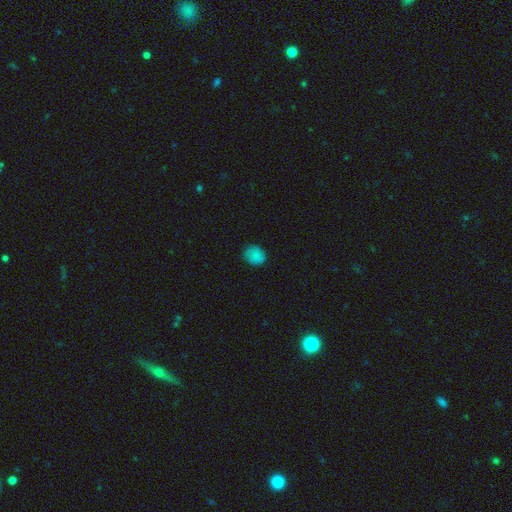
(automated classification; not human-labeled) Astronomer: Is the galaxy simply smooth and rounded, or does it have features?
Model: smooth — 82%.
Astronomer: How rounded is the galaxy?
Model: round — 70%.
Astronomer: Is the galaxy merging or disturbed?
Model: none — 76%.